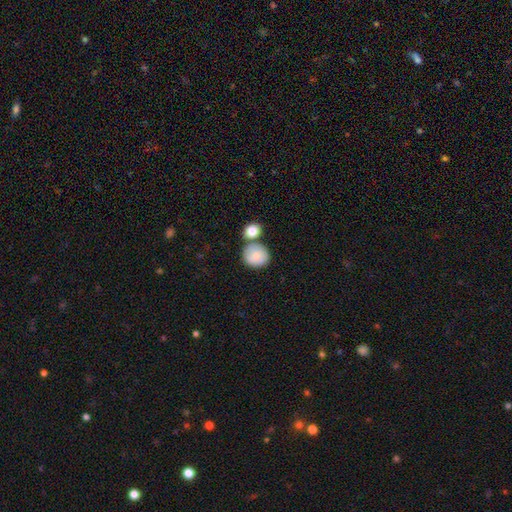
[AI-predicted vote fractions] Morphology: type=smooth (82%); roundness=round (77%); merging=none (56%).